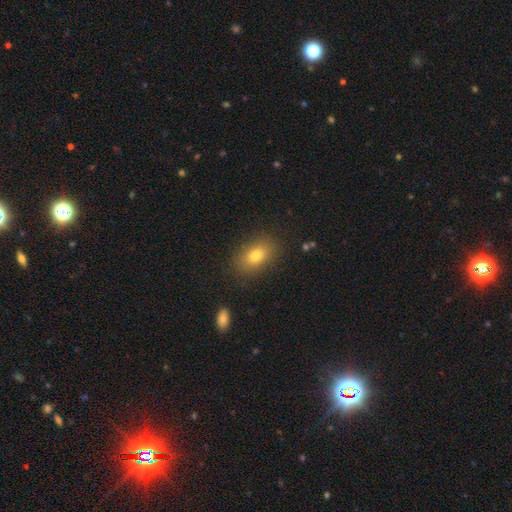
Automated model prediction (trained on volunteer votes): smooth_or_featured: smooth (p=0.79) [alt: featured or disk p=0.10]
how_rounded: in between (p=0.84) [alt: round p=0.13]
merging: none (p=0.85) [alt: minor disturbance p=0.10]